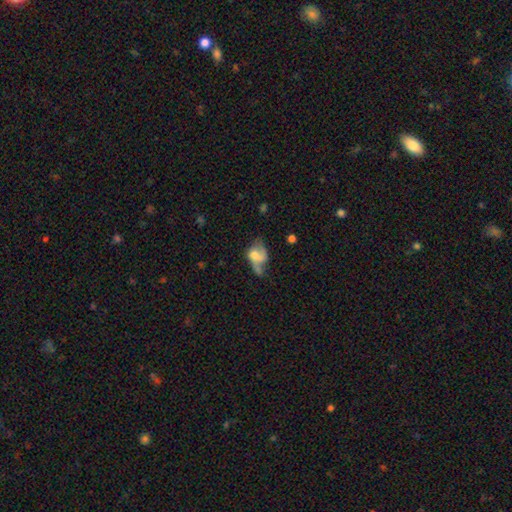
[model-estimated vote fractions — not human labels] Smooth or featured: smooth — 49% (featured or disk — 42%)
Merging: major disturbance — 32% (minor disturbance — 26%)